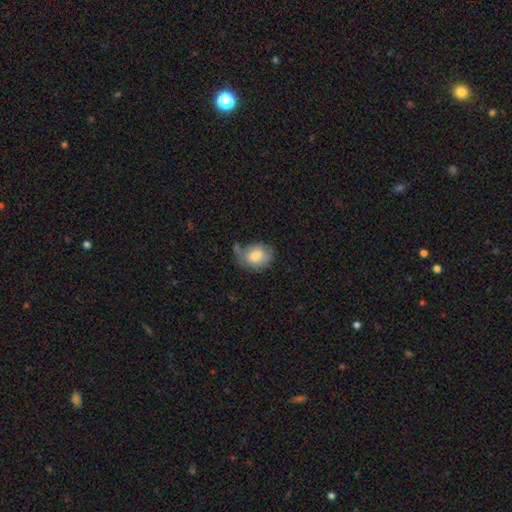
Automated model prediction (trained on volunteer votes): Overall: smooth (73%). How rounded: round (54%; in between 44%). Merging: none (52%; minor disturbance 29%).